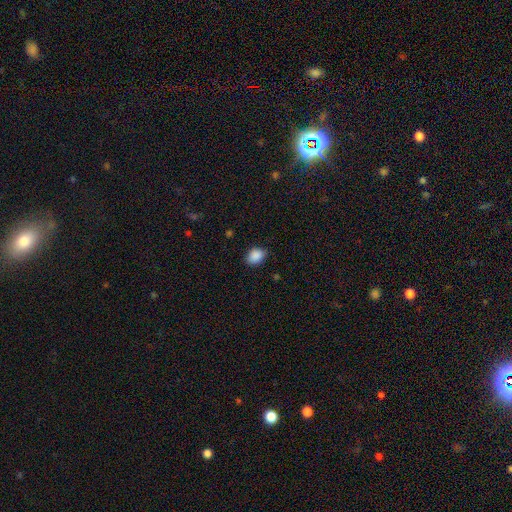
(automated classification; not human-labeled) This is clearly a smooth galaxy (89%). How rounded: likely in between (72%). Merging: likely none (80%).